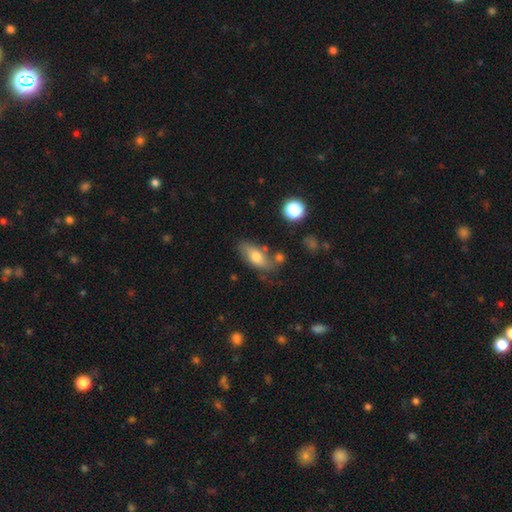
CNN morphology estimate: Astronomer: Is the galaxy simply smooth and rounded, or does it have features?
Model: smooth — 69%.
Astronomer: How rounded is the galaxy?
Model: in between — 81%.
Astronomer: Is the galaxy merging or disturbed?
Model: none — 65%.